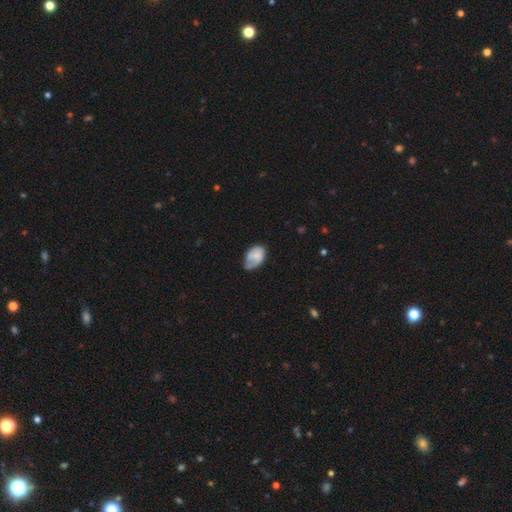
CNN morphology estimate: Smooth or featured? smooth (64%)
How rounded? in between (87%)
Merging? none (39%)